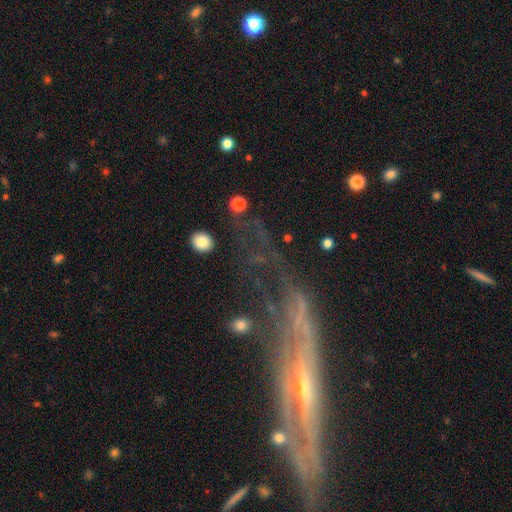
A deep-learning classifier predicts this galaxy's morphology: A featured or disk galaxy (57%).

Vote fractions:
- Smooth or featured? featured or disk: 57% / star or artifact: 22% / smooth: 21%
- Edge-on disk? no: 60% / yes: 40%
- Merging? none: 49% / major disturbance: 25% / minor disturbance: 17% / merger: 9%